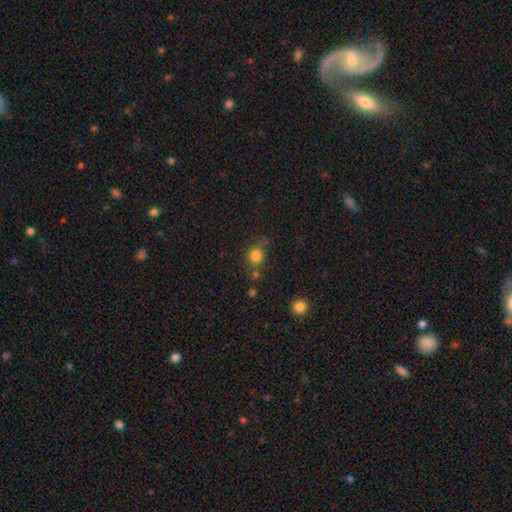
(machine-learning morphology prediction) A smooth galaxy with no disk features (80%) that is round (82%).

Vote fractions:
- Smooth or featured? smooth: 80% / star or artifact: 13% / featured or disk: 7%
- How rounded? round: 82% / in between: 17% / cigar-shaped: 1%
- Merging? none: 62% / minor disturbance: 18% / merger: 12% / major disturbance: 7%